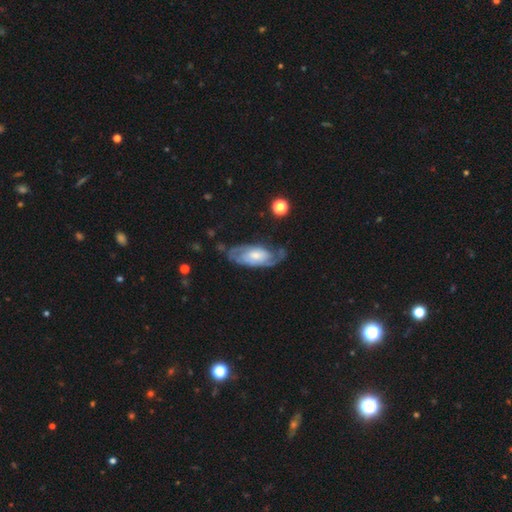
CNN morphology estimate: A featured or disk galaxy (76%) with no bar (61%), 2 (62%) tight (48%) spiral arms (91%) and a moderate central bulge (47%). Merging: none (63%).